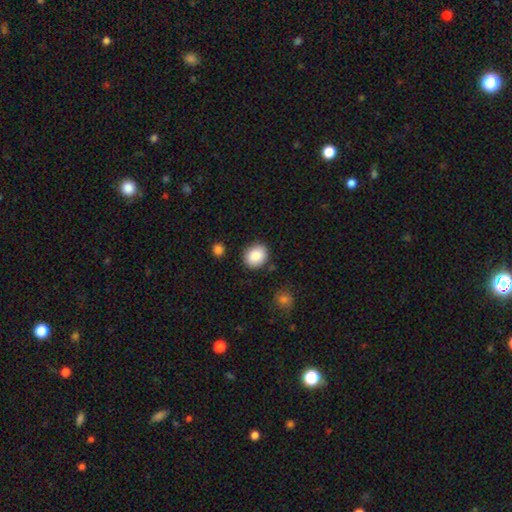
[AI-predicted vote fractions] smooth-or-featured: smooth: 87% | star or artifact: 8% | featured or disk: 5%
  how-rounded: round: 63% | in between: 36% | cigar-shaped: 1%
  merging: none: 84% | minor disturbance: 10% | merger: 3% | major disturbance: 3%